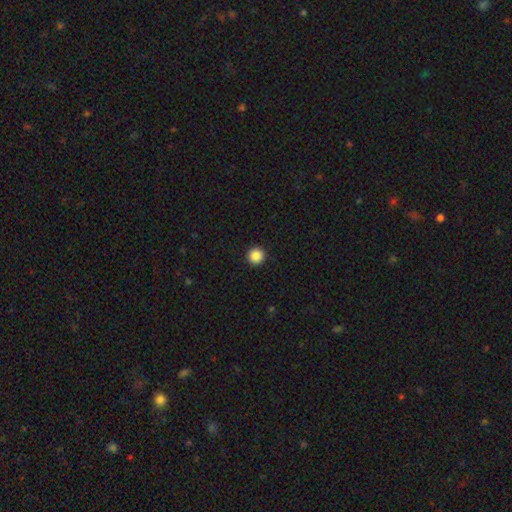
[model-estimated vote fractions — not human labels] This appears to be a smooth galaxy with no disk features (87%) that is round (96%). Merging: none (94%).